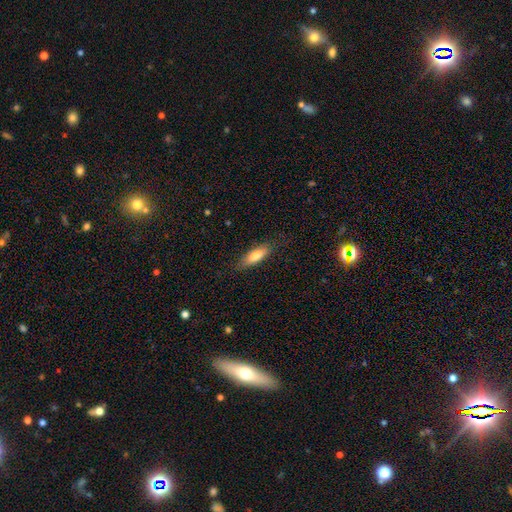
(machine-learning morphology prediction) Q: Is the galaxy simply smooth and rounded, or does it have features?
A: smooth — 75%.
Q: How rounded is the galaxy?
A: in between — 52%.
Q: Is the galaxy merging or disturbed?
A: none — 81%.